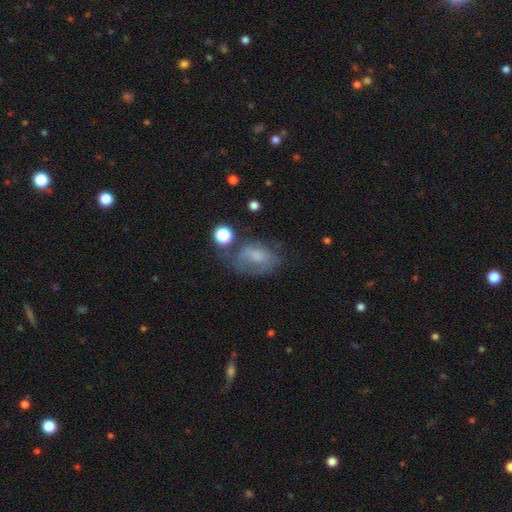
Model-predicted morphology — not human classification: The model was most divided on "merging": none: 40%, minor disturbance: 28%, major disturbance: 26%, merger: 7%. More confident: how rounded — in between (78%); smooth or featured — smooth (51%).